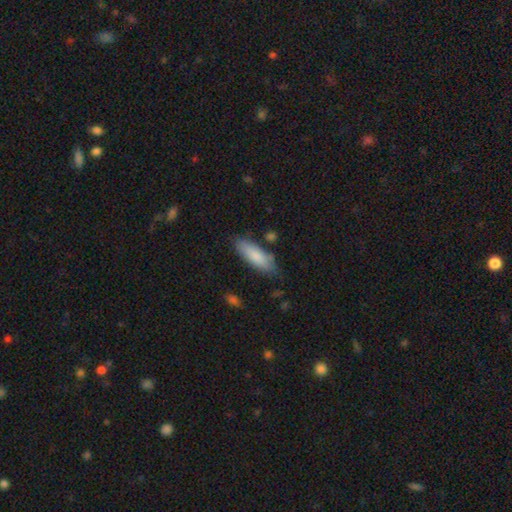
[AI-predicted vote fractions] smooth_or_featured: smooth (p=0.81) [alt: featured or disk p=0.13]
how_rounded: in between (p=0.63) [alt: cigar-shaped p=0.36]
merging: none (p=0.76) [alt: minor disturbance p=0.17]